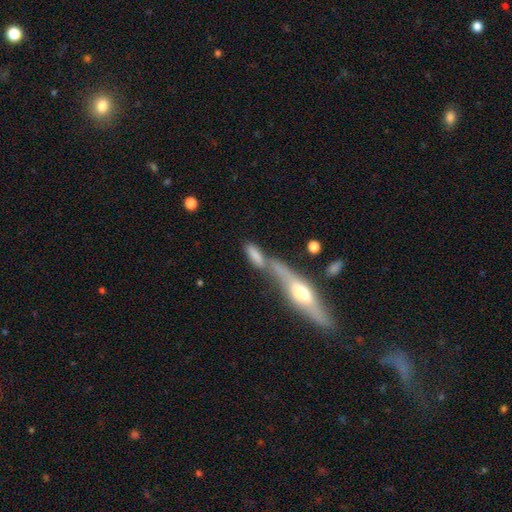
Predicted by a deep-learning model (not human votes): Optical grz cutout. It shows a smooth galaxy with no disk features (72%) that is in between round and cigar-shaped (50%). Merging: merger (50%).